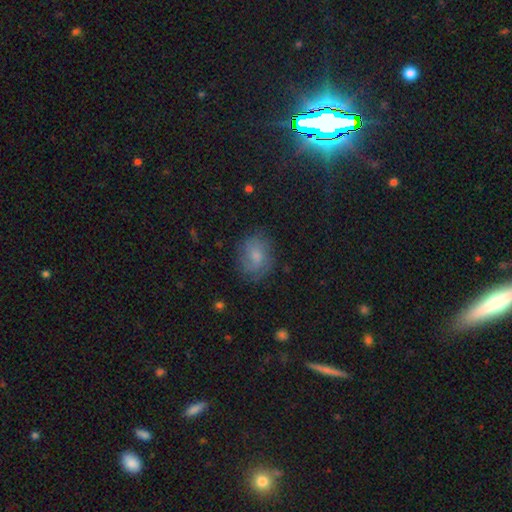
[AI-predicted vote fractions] A smooth galaxy with no disk features (52%) that is round (53%). Merging: none (74%).